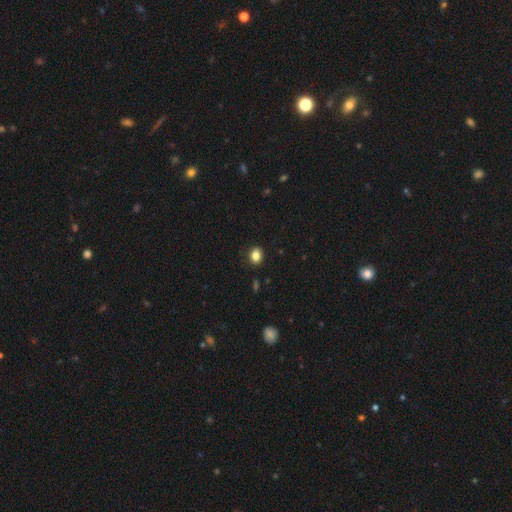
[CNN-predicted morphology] Smooth or featured?
  - smooth: 85% *
  - star or artifact: 10%
  - featured or disk: 5%
How rounded?
  - in between: 55% *
  - round: 44%
  - cigar-shaped: 1%
Merging?
  - none: 87% *
  - minor disturbance: 10%
  - major disturbance: 2%
  - merger: 1%